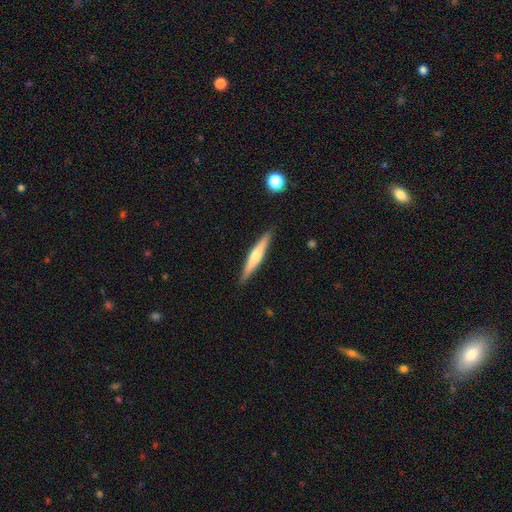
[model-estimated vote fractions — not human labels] Smooth or featured? Predicted: featured or disk (p=0.54). Edge-on disk? Predicted: yes (p=0.97). Edge-on bulge? Predicted: rounded (p=0.77). Merging? Predicted: none (p=0.90).